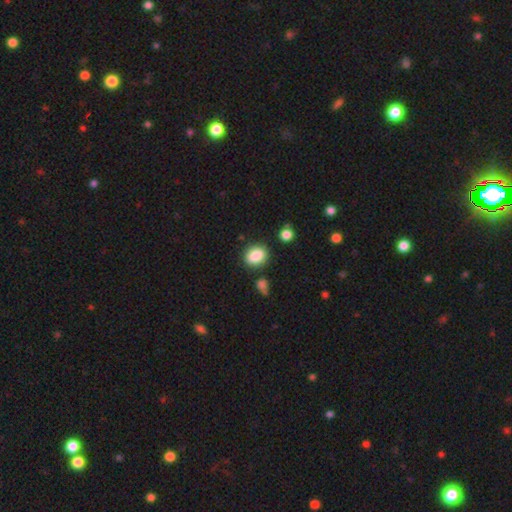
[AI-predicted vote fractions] Smooth or featured?
  - smooth: 85% *
  - star or artifact: 9%
  - featured or disk: 6%
How rounded?
  - in between: 63% *
  - round: 35%
  - cigar-shaped: 2%
Merging?
  - none: 80% *
  - minor disturbance: 12%
  - merger: 5%
  - major disturbance: 3%